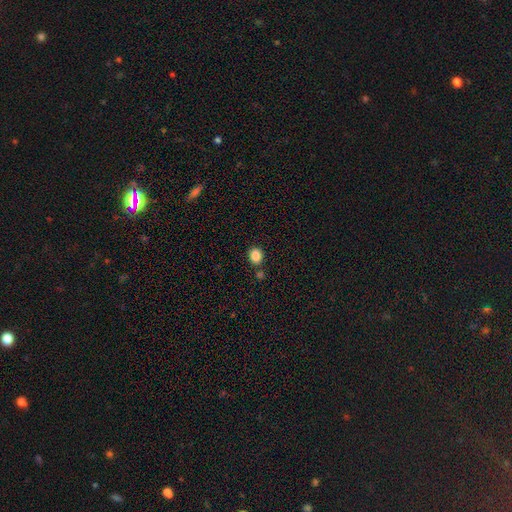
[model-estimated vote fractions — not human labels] Smooth or featured?
  - smooth: 86% *
  - star or artifact: 10%
  - featured or disk: 4%
How rounded?
  - round: 64% *
  - in between: 35%
  - cigar-shaped: 1%
Merging?
  - none: 79% *
  - merger: 9%
  - minor disturbance: 9%
  - major disturbance: 3%